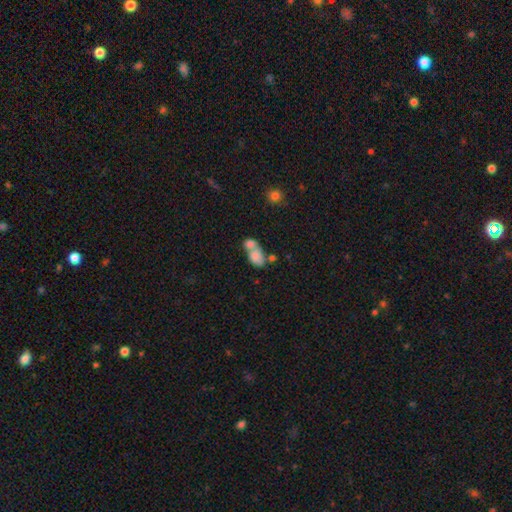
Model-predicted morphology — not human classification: Smooth or featured? Predicted: smooth (p=0.74). How rounded? Predicted: in between (p=0.81). Merging? Predicted: merger (p=0.70).